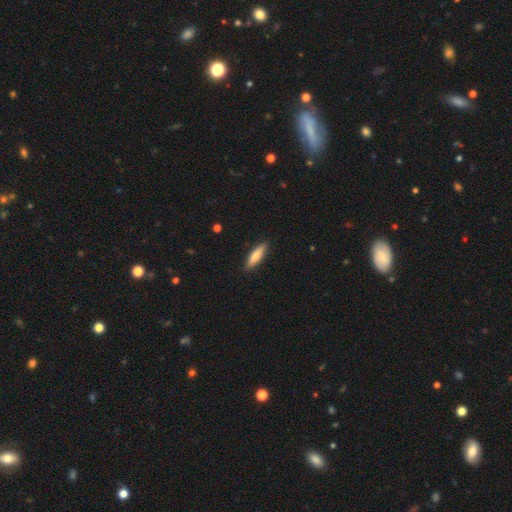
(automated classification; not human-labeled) Smooth or featured? smooth (71%)
How rounded? cigar-shaped (70%)
Merging? none (88%)